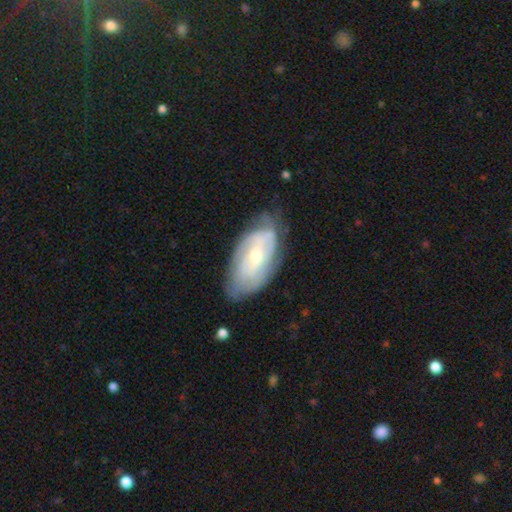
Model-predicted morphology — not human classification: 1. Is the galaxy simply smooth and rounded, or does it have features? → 64% featured or disk, 30% smooth, 6% star or artifact.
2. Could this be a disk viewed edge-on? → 92% no, 8% yes.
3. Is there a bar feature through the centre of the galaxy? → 64% no, 29% weak, 8% strong.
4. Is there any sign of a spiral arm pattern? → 73% yes, 27% no.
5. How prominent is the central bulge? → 54% small, 42% moderate, 2% large, 1% none, 1% dominant.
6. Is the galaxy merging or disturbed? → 64% none, 27% minor disturbance, 8% major disturbance, 2% merger.